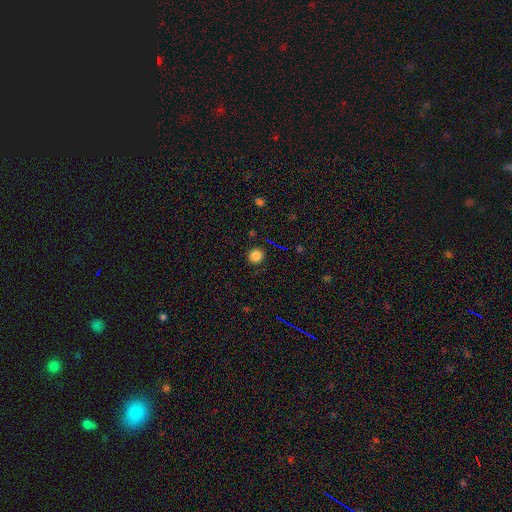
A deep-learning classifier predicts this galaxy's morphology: Q: Smooth or featured?
A: smooth (84%); runner-up: star or artifact (12%)
Q: How rounded?
A: round (93%); runner-up: in between (7%)
Q: Merging?
A: none (90%); runner-up: minor disturbance (7%)